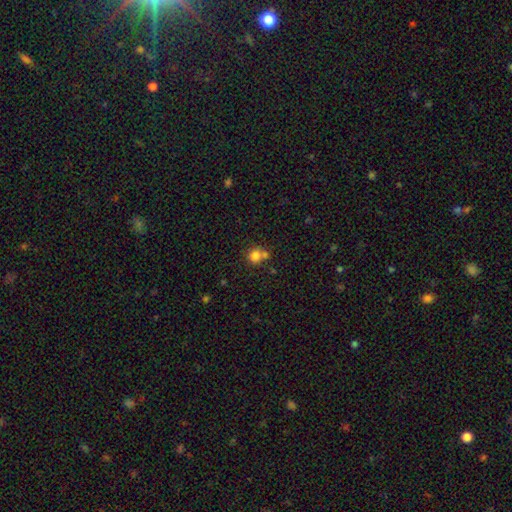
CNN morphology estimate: Smooth or featured?
  - smooth: 80% *
  - star or artifact: 12%
  - featured or disk: 8%
How rounded?
  - round: 87% *
  - in between: 12%
  - cigar-shaped: 1%
Merging?
  - none: 55% *
  - merger: 32%
  - minor disturbance: 9%
  - major disturbance: 3%